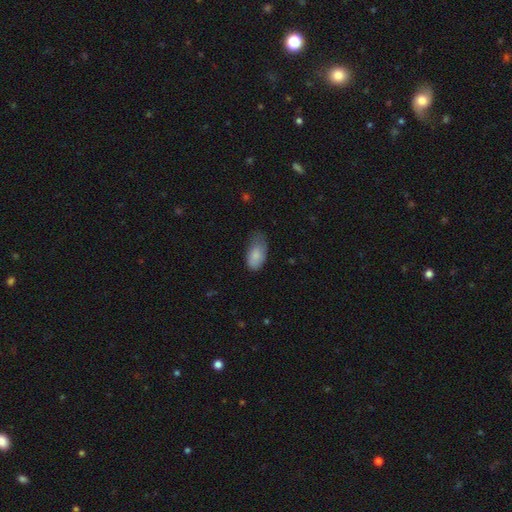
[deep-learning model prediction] This appears to be a smooth galaxy with no disk features (84%) that is in between round and cigar-shaped (94%). Merging: minor disturbance (43%).